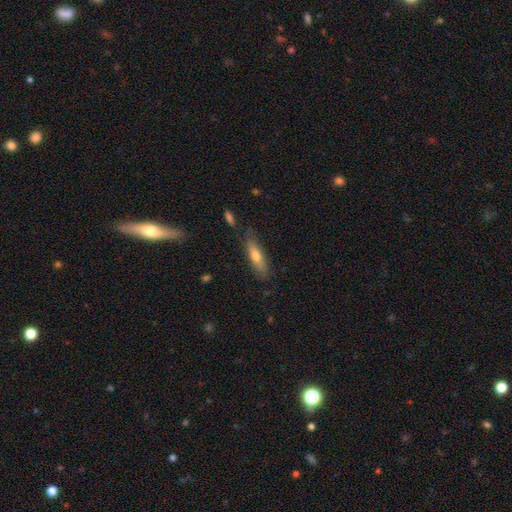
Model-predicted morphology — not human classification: smooth-or-featured: smooth: 64% | featured or disk: 30% | star or artifact: 7%
  how-rounded: cigar-shaped: 67% | in between: 31% | round: 2%
  merging: none: 76% | minor disturbance: 17% | major disturbance: 4% | merger: 3%